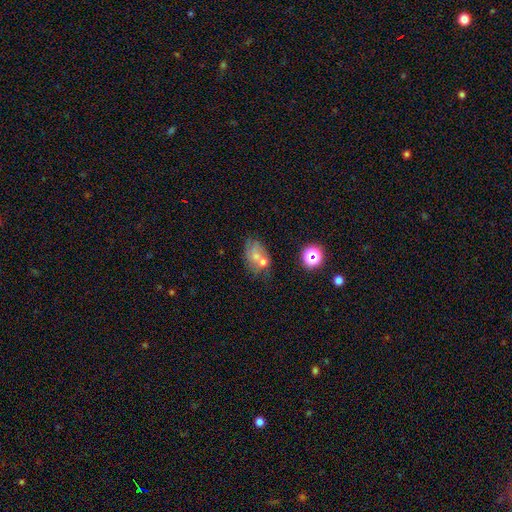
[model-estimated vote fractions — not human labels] This is possibly a smooth galaxy (48%). Merging: marginally none (36%).